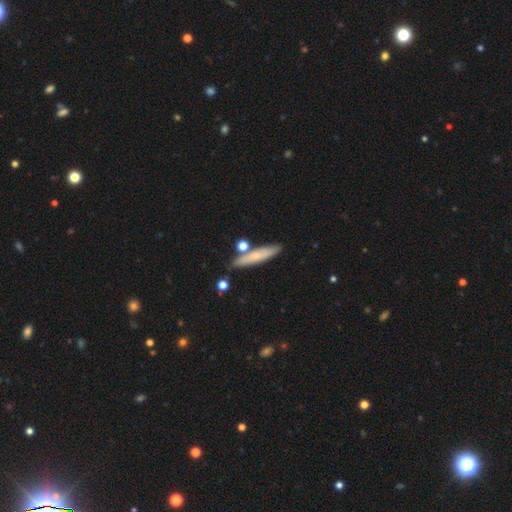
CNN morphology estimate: Q: Smooth or featured?
A: smooth (63%); runner-up: featured or disk (30%)
Q: How rounded?
A: cigar-shaped (87%); runner-up: in between (11%)
Q: Merging?
A: none (80%); runner-up: minor disturbance (11%)